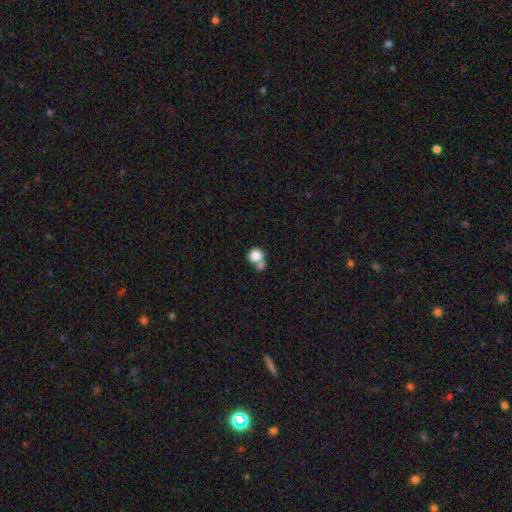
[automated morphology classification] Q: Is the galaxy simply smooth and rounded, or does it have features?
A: smooth — 82%.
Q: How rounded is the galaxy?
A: round — 86%.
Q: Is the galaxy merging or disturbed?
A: merger — 47%.